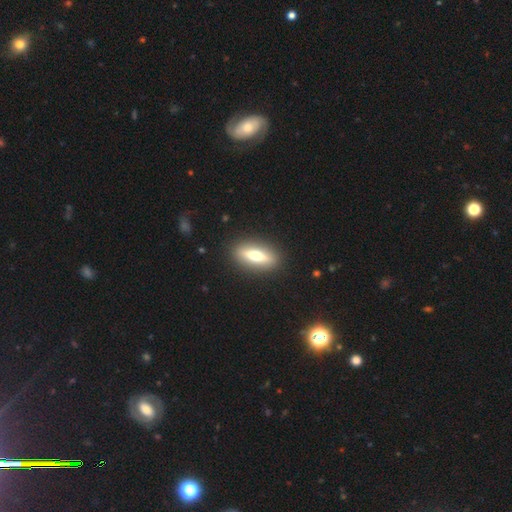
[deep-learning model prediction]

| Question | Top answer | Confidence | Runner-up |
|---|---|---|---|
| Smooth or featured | featured or disk | 47% | smooth (46%) |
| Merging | none | 89% | minor disturbance (7%) |